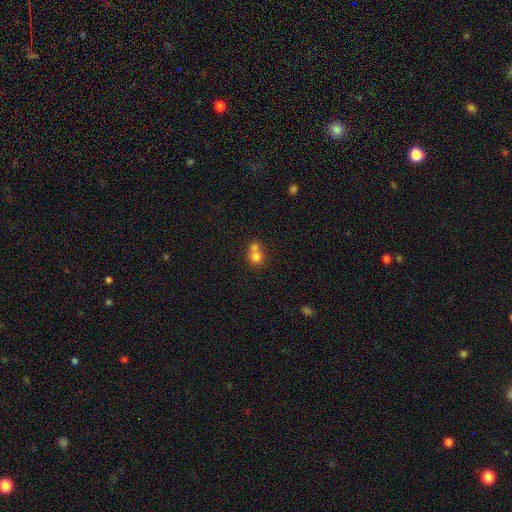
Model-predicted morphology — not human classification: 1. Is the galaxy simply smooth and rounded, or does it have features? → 76% smooth, 13% featured or disk, 11% star or artifact.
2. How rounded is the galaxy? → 78% round, 21% in between, 1% cigar-shaped.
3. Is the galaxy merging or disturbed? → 60% merger, 31% none, 6% minor disturbance, 3% major disturbance.